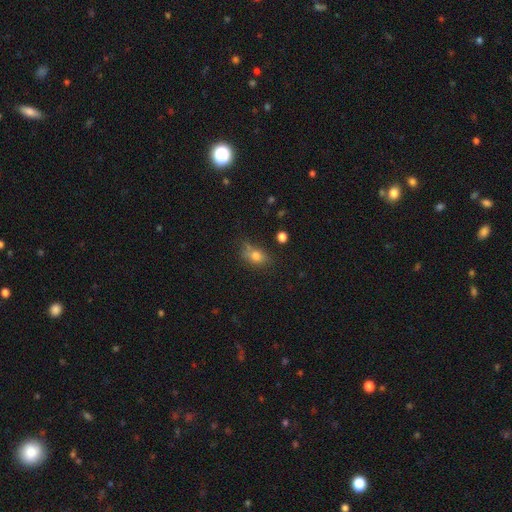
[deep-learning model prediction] Smooth or featured: smooth — 76% (star or artifact — 12%)
How rounded: in between — 70% (round — 27%)
Merging: none — 58% (minor disturbance — 25%)